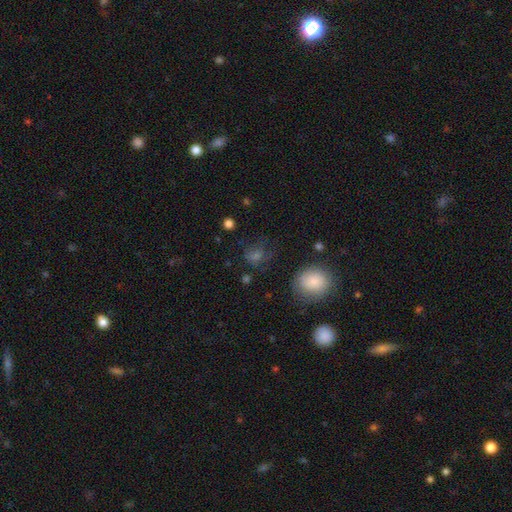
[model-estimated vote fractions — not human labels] A smooth galaxy with no disk features (54%) that is round (69%). Merging: none (65%).